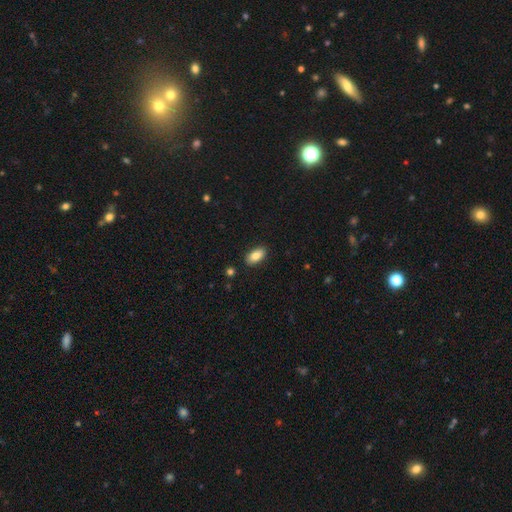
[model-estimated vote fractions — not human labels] Smooth or featured?
  - smooth: 84% *
  - featured or disk: 9%
  - star or artifact: 7%
How rounded?
  - in between: 91% *
  - cigar-shaped: 6%
  - round: 3%
Merging?
  - none: 88% *
  - minor disturbance: 8%
  - major disturbance: 2%
  - merger: 1%